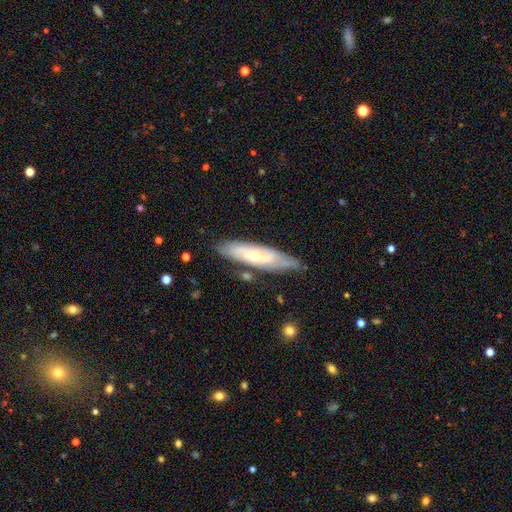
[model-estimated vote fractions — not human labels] Morphology: type=featured or disk (62%); edge-on=no (63%); merging=none (74%).